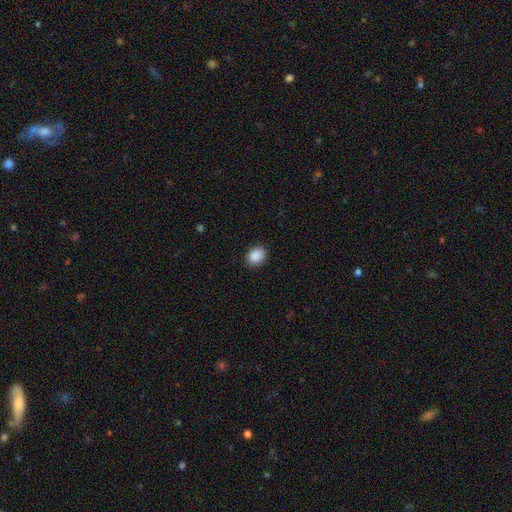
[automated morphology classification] type=smooth (89%); roundness=in between (50%); merging=none (89%).